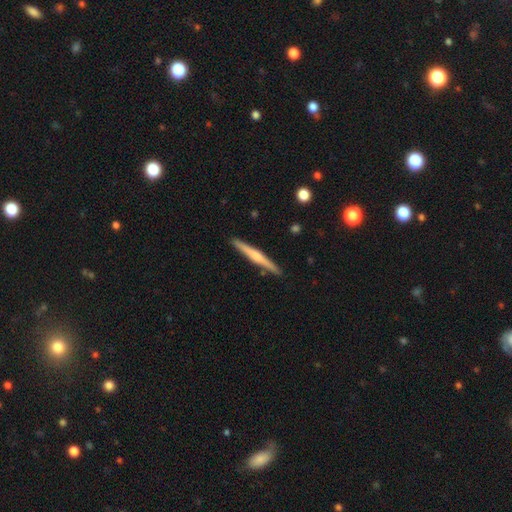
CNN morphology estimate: Q: Smooth or featured?
A: featured or disk (62%); runner-up: smooth (32%)
Q: Edge-on disk?
A: yes (98%); runner-up: no (2%)
Q: Edge-on bulge?
A: rounded (70%); runner-up: none (18%)
Q: Merging?
A: none (90%); runner-up: minor disturbance (7%)